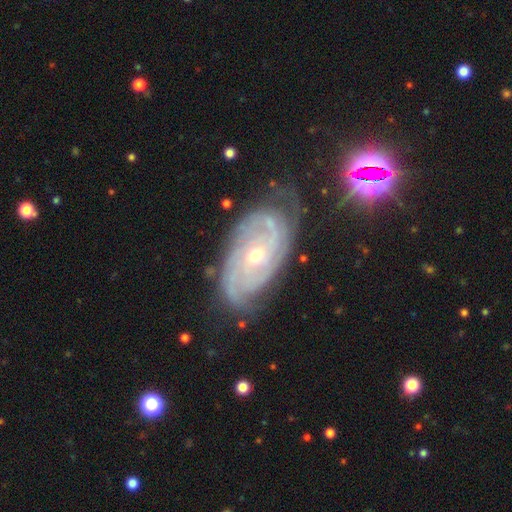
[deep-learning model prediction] Smooth or featured?
  - featured or disk: 86% *
  - star or artifact: 7%
  - smooth: 7%
Edge-on disk?
  - no: 95% *
  - yes: 5%
Bar?
  - no: 70% *
  - weak: 24%
  - strong: 6%
Spiral arms?
  - yes: 96% *
  - no: 4%
Spiral winding?
  - tight: 69% *
  - medium: 26%
  - loose: 6%
Spiral arm count?
  - can't tell: 31% *
  - 3: 22%
  - 2: 21%
  - 4: 13%
  - more than 4: 7%
  - 1: 5%
Bulge size?
  - small: 55% *
  - moderate: 42%
  - large: 1%
  - none: 1%
  - dominant: 1%
Merging?
  - none: 68% *
  - minor disturbance: 22%
  - major disturbance: 7%
  - merger: 2%